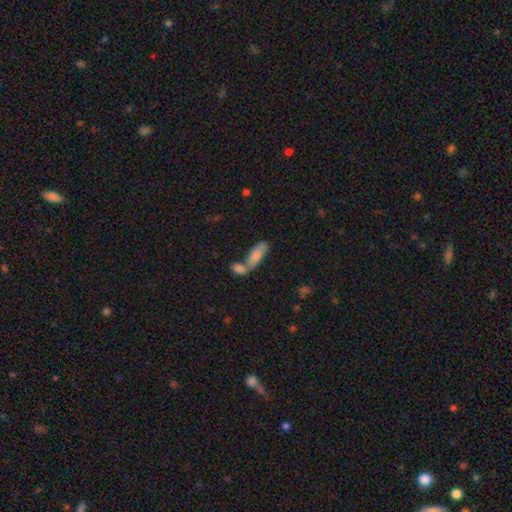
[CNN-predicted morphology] Q: Smooth or featured?
A: smooth (80%); runner-up: featured or disk (13%)
Q: How rounded?
A: in between (71%); runner-up: cigar-shaped (27%)
Q: Merging?
A: merger (53%); runner-up: none (33%)